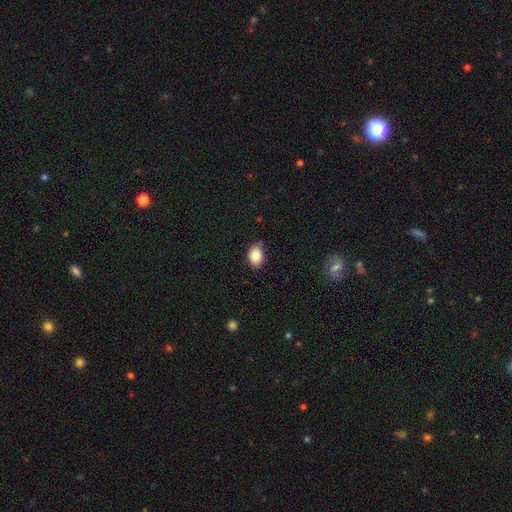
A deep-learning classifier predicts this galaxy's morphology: Q: Smooth or featured?
A: smooth (84%); runner-up: star or artifact (9%)
Q: How rounded?
A: in between (69%); runner-up: round (30%)
Q: Merging?
A: none (71%); runner-up: minor disturbance (24%)